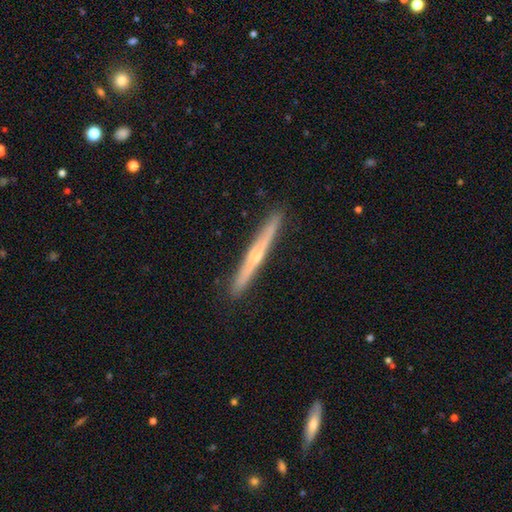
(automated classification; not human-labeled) Smooth or featured? featured or disk (63%)
Edge-on disk? yes (97%)
Edge-on bulge? rounded (55%)
Merging? none (91%)